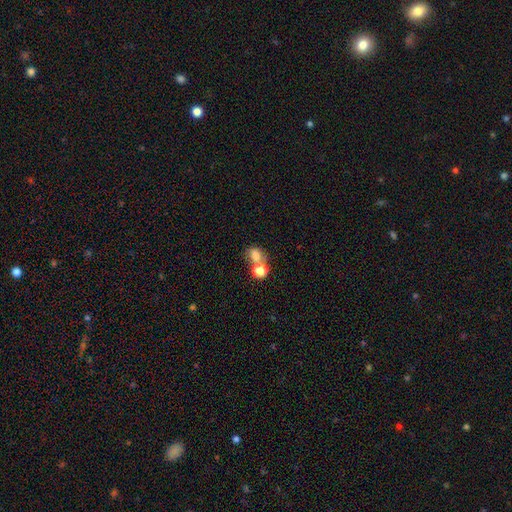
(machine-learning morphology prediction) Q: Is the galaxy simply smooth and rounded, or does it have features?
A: smooth — 73%.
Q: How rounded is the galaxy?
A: round — 50%.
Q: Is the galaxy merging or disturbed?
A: merger — 47%.